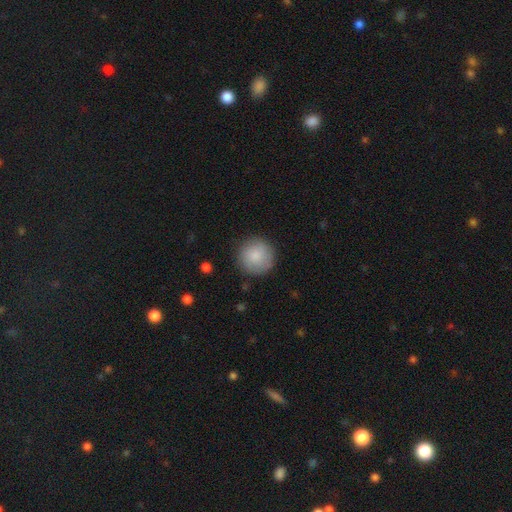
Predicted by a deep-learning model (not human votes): This appears to be a smooth galaxy with no disk features (85%) that is round (96%). Merging: none (87%).